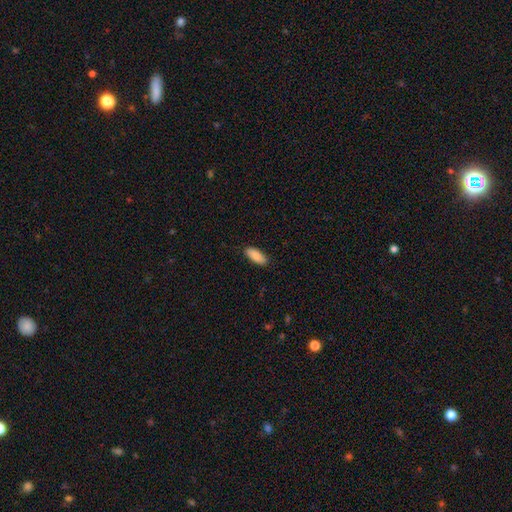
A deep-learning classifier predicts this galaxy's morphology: Smooth or featured: smooth — 87% (featured or disk — 7%)
How rounded: in between — 81% (cigar-shaped — 17%)
Merging: none — 87% (minor disturbance — 10%)